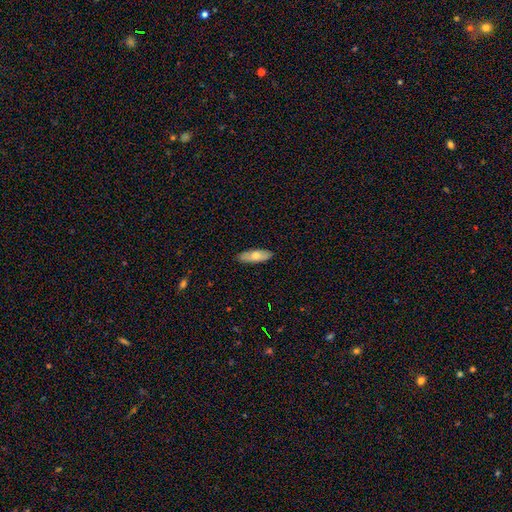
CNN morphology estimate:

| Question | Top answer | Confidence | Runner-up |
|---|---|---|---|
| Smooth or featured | smooth | 65% | featured or disk (29%) |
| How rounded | in between | 66% | cigar-shaped (32%) |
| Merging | none | 88% | minor disturbance (9%) |